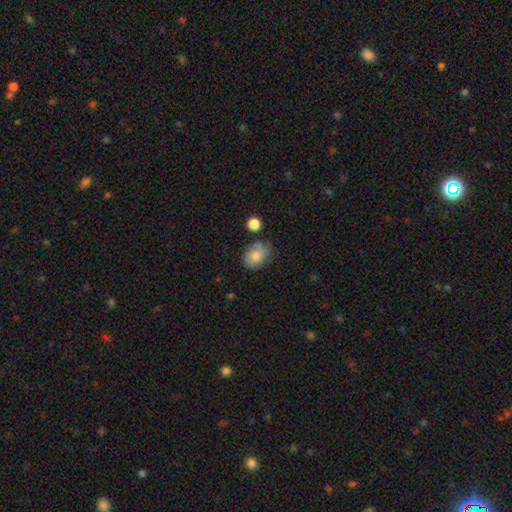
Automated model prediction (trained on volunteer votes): A smooth galaxy with no disk features (63%) that is in between round and cigar-shaped (60%). Merging: none (58%).